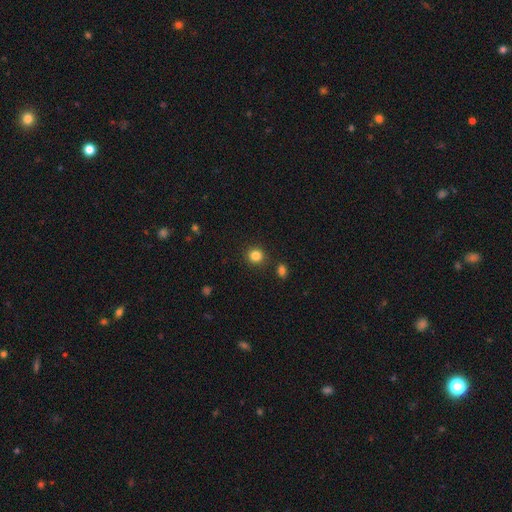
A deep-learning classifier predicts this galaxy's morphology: A smooth galaxy with no disk features (83%) that is round (88%).

Vote fractions:
- Smooth or featured? smooth: 83% / star or artifact: 12% / featured or disk: 4%
- How rounded? round: 88% / in between: 11% / cigar-shaped: 1%
- Merging? none: 88% / minor disturbance: 6% / merger: 3% / major disturbance: 2%